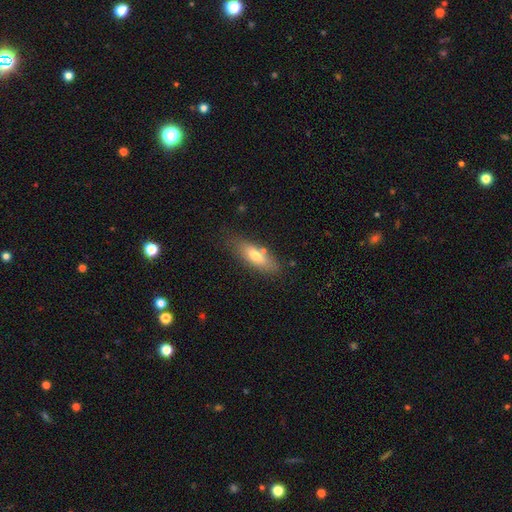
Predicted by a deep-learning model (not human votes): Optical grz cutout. It shows a smooth galaxy with no disk features (67%) that is in between round and cigar-shaped (60%). Merging: none (75%).